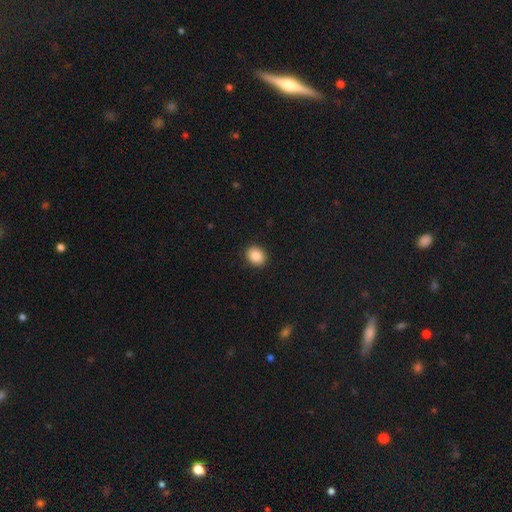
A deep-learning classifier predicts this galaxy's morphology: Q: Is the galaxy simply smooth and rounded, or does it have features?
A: smooth — 88%.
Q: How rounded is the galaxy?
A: round — 57%.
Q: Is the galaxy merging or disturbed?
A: none — 91%.